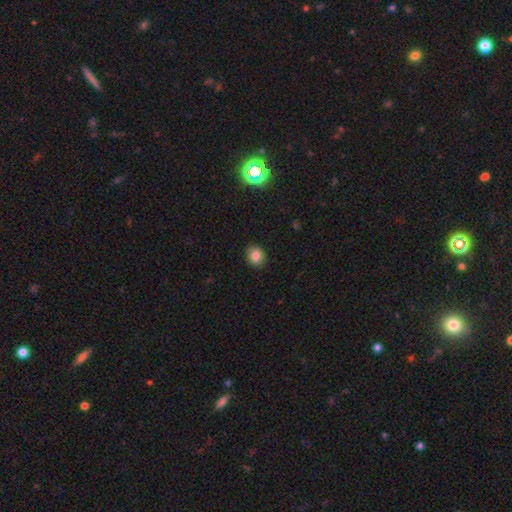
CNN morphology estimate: Smooth or featured: smooth — 84% (star or artifact — 11%)
How rounded: round — 62% (in between — 37%)
Merging: none — 88% (minor disturbance — 9%)